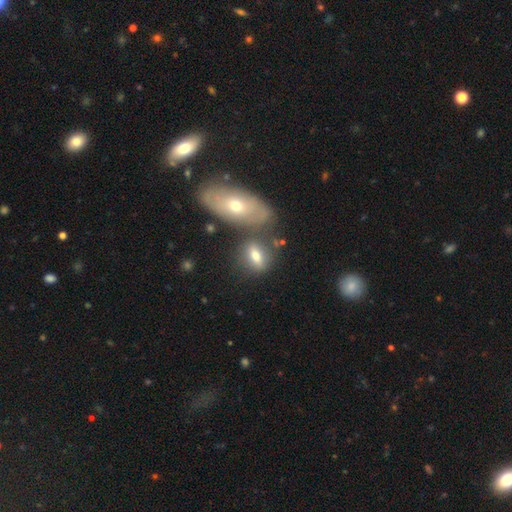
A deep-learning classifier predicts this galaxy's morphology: The model was most divided on "smooth or featured": smooth: 64%, featured or disk: 26%, star or artifact: 10%. More confident: how rounded — in between (68%); merging — none (61%).